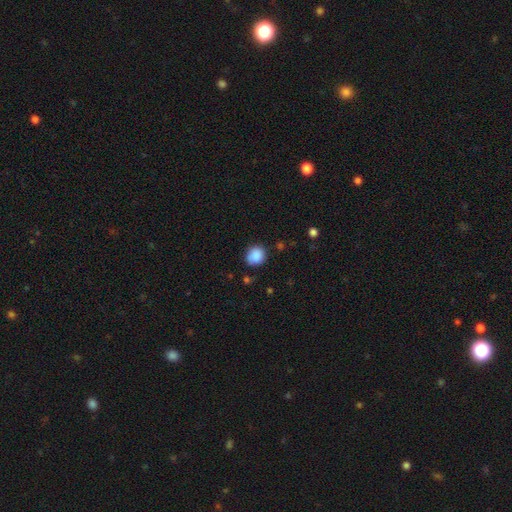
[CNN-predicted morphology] smooth_or_featured: smooth (p=0.87) [alt: star or artifact p=0.08]
how_rounded: round (p=0.77) [alt: in between p=0.22]
merging: none (p=0.74) [alt: minor disturbance p=0.19]